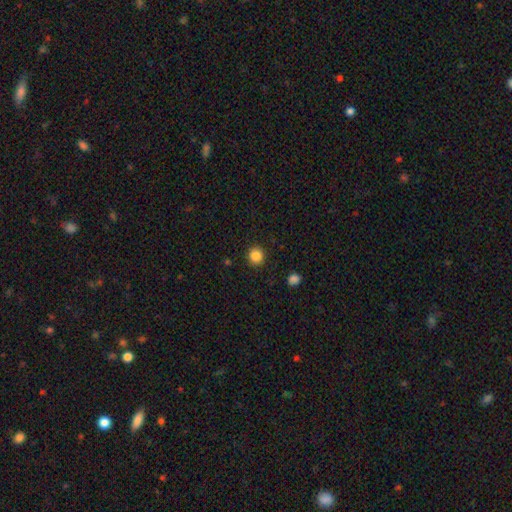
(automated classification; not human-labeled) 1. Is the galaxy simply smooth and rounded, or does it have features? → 86% smooth, 11% star or artifact, 4% featured or disk.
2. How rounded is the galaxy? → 93% round, 6% in between, 1% cigar-shaped.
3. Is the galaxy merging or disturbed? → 92% none, 5% minor disturbance, 2% major disturbance, 1% merger.